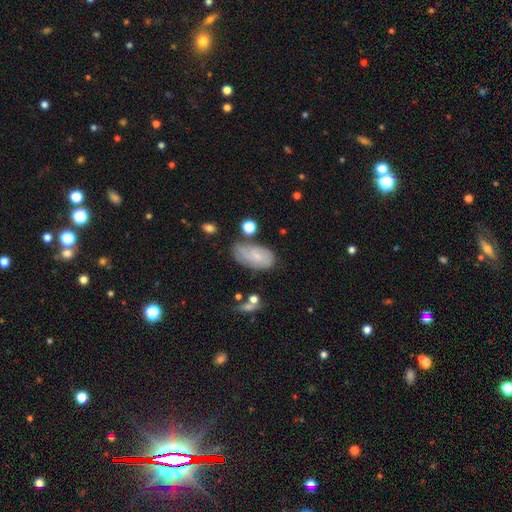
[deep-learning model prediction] smooth-or-featured: featured or disk: 47% | smooth: 43% | star or artifact: 10%
  merging: none: 53% | minor disturbance: 28% | major disturbance: 12% | merger: 7%